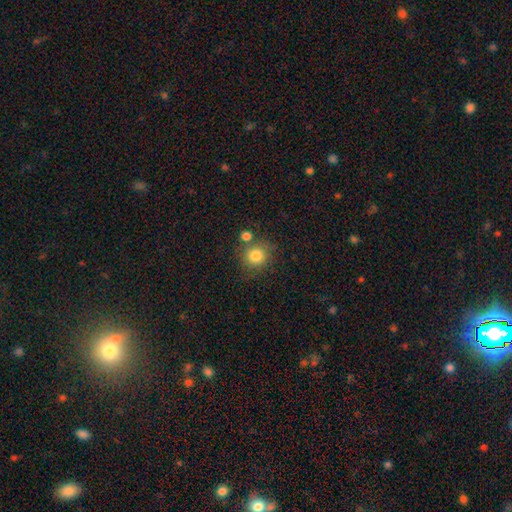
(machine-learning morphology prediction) smooth-or-featured: smooth: 82% | star or artifact: 11% | featured or disk: 7%
  how-rounded: round: 88% | in between: 11% | cigar-shaped: 1%
  merging: none: 71% | merger: 14% | minor disturbance: 11% | major disturbance: 4%